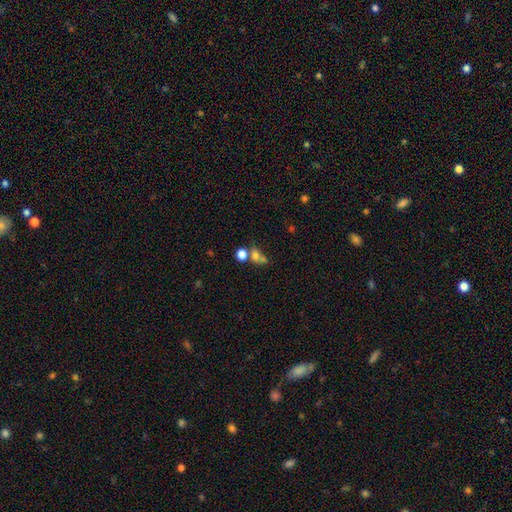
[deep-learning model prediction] smooth_or_featured: smooth (p=0.70) [alt: star or artifact p=0.16]
how_rounded: round (p=0.56) [alt: in between p=0.42]
merging: merger (p=0.48) [alt: none p=0.32]